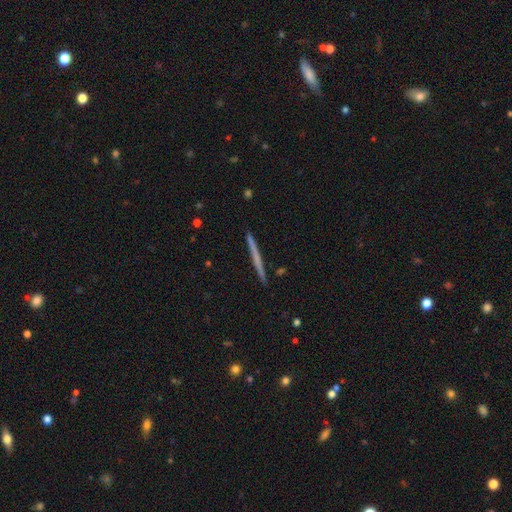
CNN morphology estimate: A featured or disk galaxy (51%) viewed edge-on (98%). Merging: none (92%).